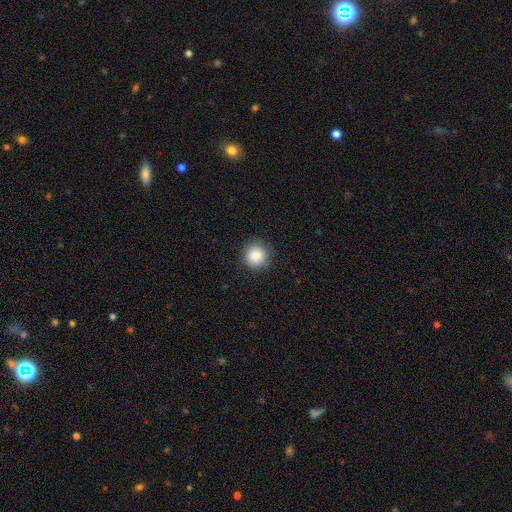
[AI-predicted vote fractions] Q: Smooth or featured?
A: smooth (84%); runner-up: star or artifact (9%)
Q: How rounded?
A: round (93%); runner-up: in between (6%)
Q: Merging?
A: none (89%); runner-up: minor disturbance (8%)